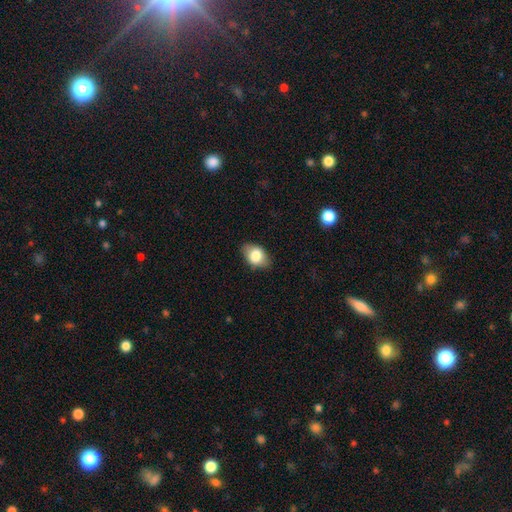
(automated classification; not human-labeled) This is likely a smooth galaxy (78%). How rounded: clearly in between (83%). Merging: clearly none (82%).